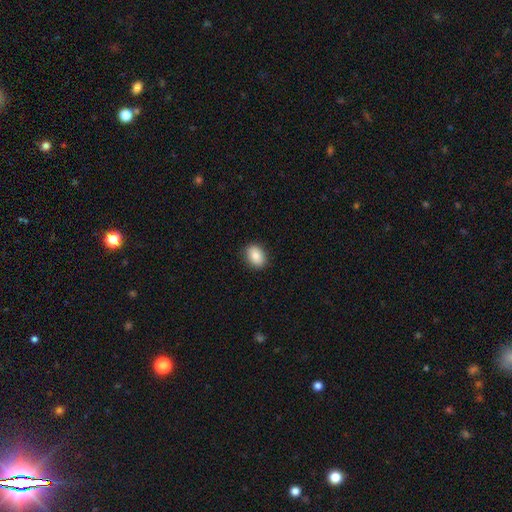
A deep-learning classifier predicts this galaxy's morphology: smooth 86%, star or artifact 8%, featured or disk 6%. Down the decision tree: how rounded — in between (75%); merging — none (89%).